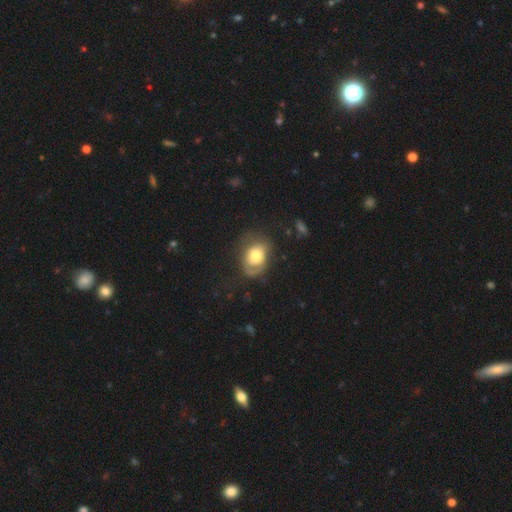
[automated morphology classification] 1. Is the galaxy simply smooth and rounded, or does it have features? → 53% smooth, 39% featured or disk, 8% star or artifact.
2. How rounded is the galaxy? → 64% in between, 35% round, 1% cigar-shaped.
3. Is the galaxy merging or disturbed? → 48% none, 27% minor disturbance, 23% major disturbance, 2% merger.